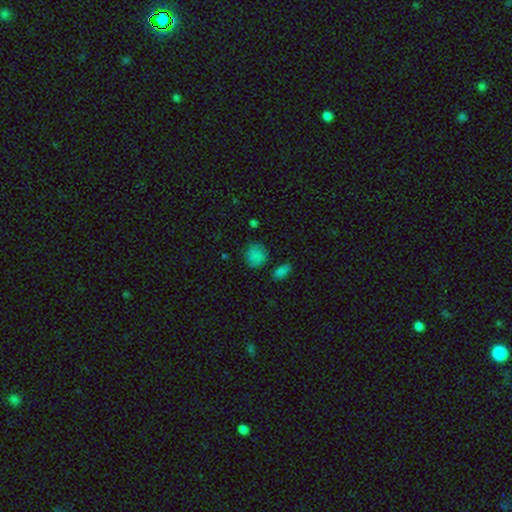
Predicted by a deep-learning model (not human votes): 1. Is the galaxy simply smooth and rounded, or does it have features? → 81% smooth, 13% star or artifact, 5% featured or disk.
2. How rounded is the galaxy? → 75% round, 24% in between, 1% cigar-shaped.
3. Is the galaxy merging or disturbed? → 75% none, 17% minor disturbance, 4% major disturbance, 4% merger.